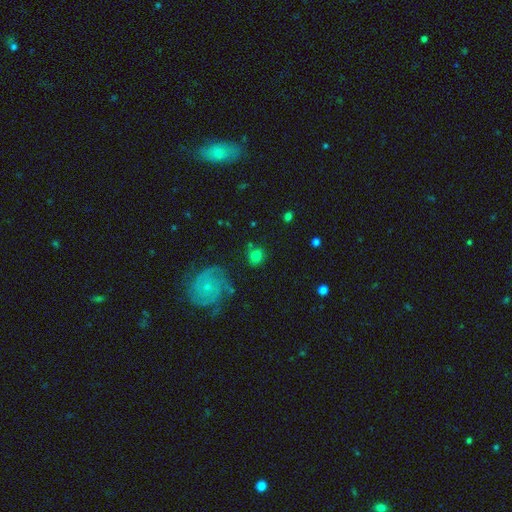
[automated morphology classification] Q: Smooth or featured?
A: smooth (66%); runner-up: featured or disk (23%)
Q: How rounded?
A: round (80%); runner-up: in between (19%)
Q: Merging?
A: none (80%); runner-up: minor disturbance (11%)